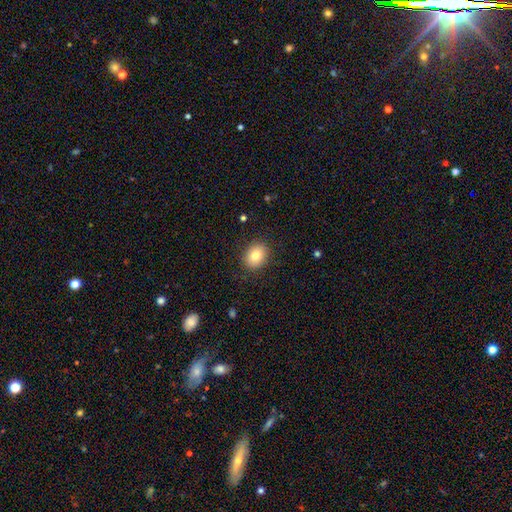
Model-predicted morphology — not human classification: type=smooth (81%); roundness=round (51%); merging=none (88%).